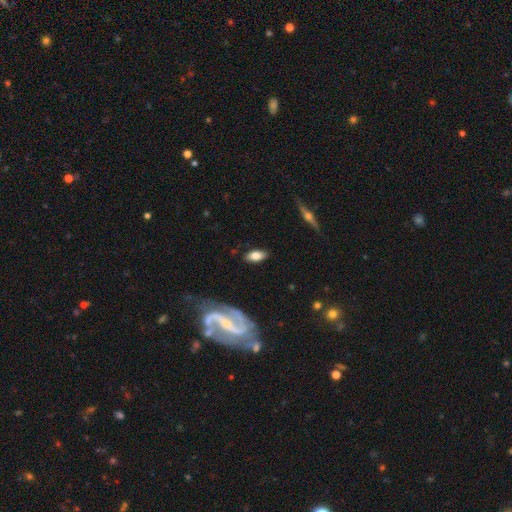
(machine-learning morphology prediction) This is likely a smooth galaxy (69%). How rounded: clearly in between (89%). Merging: clearly none (84%).